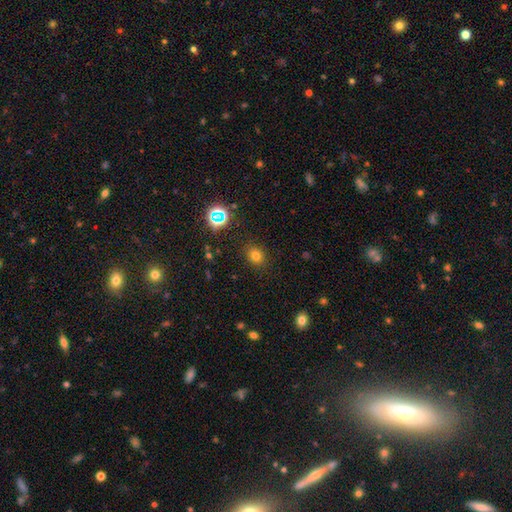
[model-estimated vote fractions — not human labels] Smooth or featured? smooth (74%)
How rounded? round (67%)
Merging? none (87%)